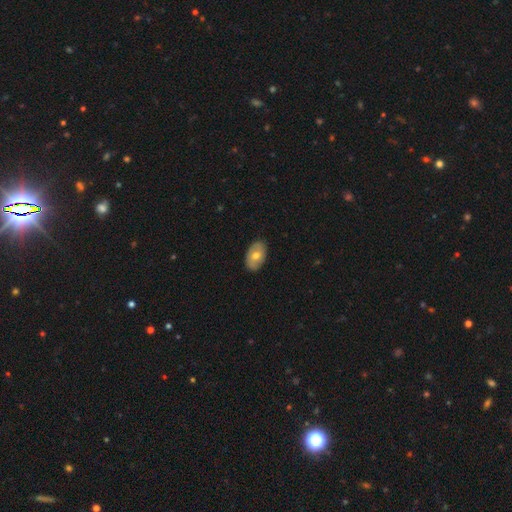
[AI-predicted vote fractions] Smooth or featured? Predicted: smooth (p=0.62). How rounded? Predicted: in between (p=0.90). Merging? Predicted: none (p=0.86).